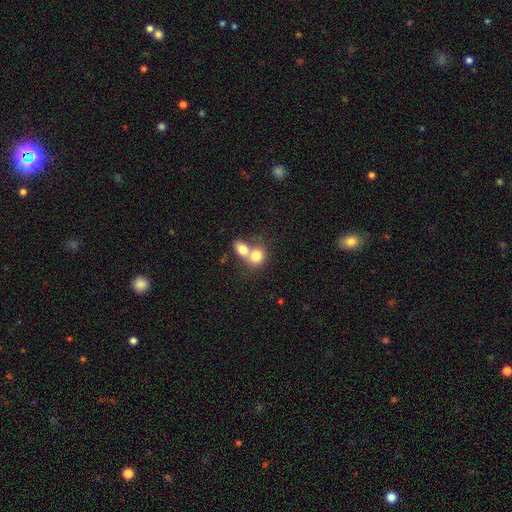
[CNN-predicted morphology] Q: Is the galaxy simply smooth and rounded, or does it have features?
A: smooth — 77%.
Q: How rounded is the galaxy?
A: round — 61%.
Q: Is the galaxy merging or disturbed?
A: merger — 69%.